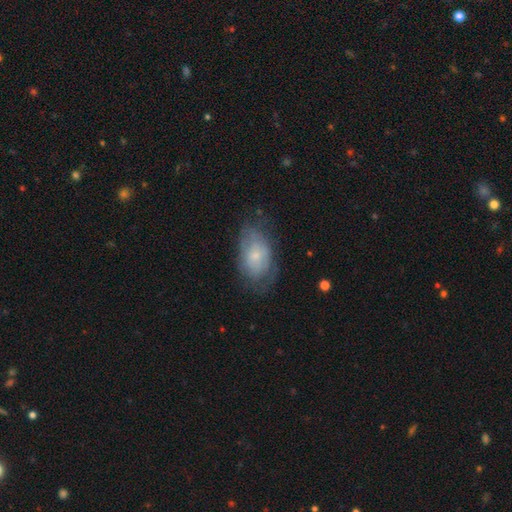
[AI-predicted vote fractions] Smooth or featured: smooth — 53% (featured or disk — 39%)
How rounded: in between — 89% (round — 10%)
Merging: none — 59% (minor disturbance — 26%)